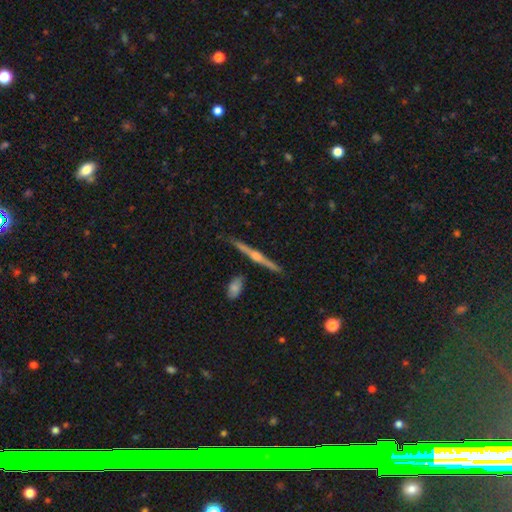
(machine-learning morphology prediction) smooth_or_featured: featured or disk (p=0.81) [alt: smooth p=0.13]
disk_edge_on: yes (p=0.98) [alt: no p=0.02]
edge_on_bulge: rounded (p=0.85) [alt: boxy p=0.08]
merging: none (p=0.85) [alt: minor disturbance p=0.08]